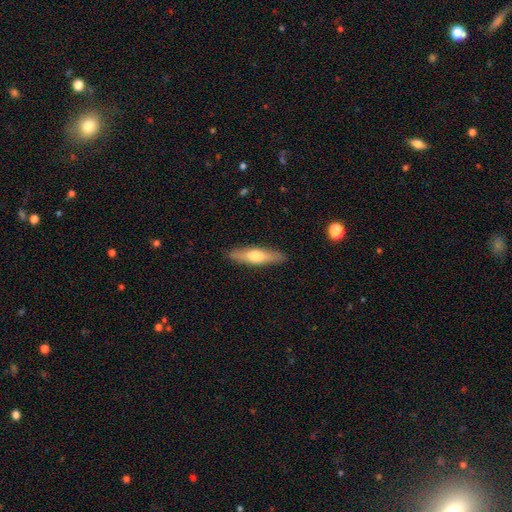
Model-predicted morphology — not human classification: Smooth or featured: smooth — 54% (featured or disk — 40%)
How rounded: cigar-shaped — 74% (in between — 24%)
Merging: none — 89% (minor disturbance — 8%)